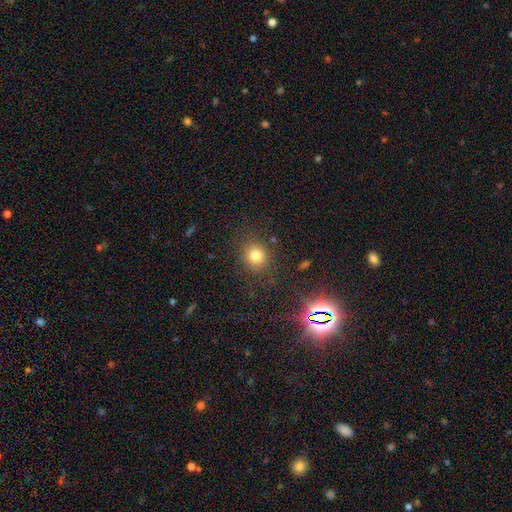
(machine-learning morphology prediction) This is likely a smooth galaxy (77%). How rounded: clearly round (81%). Merging: clearly none (82%).